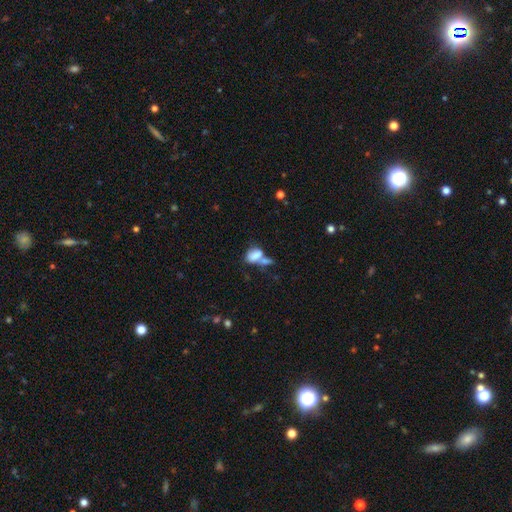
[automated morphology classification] smooth-or-featured: smooth: 72% | featured or disk: 18% | star or artifact: 11%
  how-rounded: in between: 83% | round: 11% | cigar-shaped: 6%
  merging: merger: 55% | none: 24% | minor disturbance: 12% | major disturbance: 10%